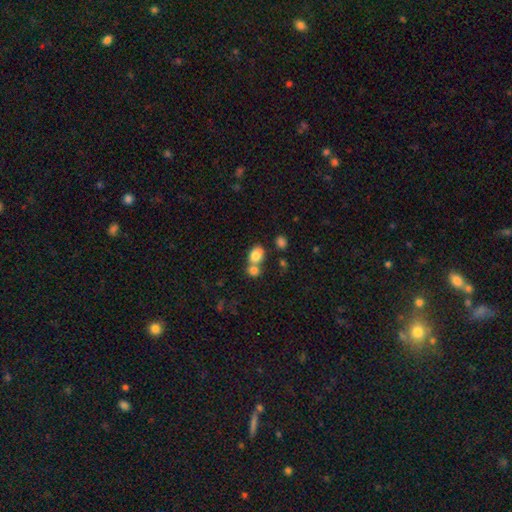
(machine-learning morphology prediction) Smooth or featured: smooth — 81% (star or artifact — 10%)
How rounded: in between — 60% (round — 39%)
Merging: merger — 47% (none — 39%)